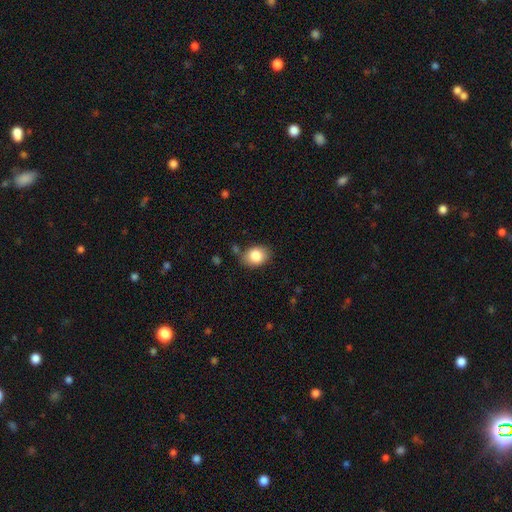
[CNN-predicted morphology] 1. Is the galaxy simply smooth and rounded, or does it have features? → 86% smooth, 8% star or artifact, 7% featured or disk.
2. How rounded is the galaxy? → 59% in between, 40% round, 1% cigar-shaped.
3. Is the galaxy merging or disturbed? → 75% none, 17% minor disturbance, 4% major disturbance, 4% merger.